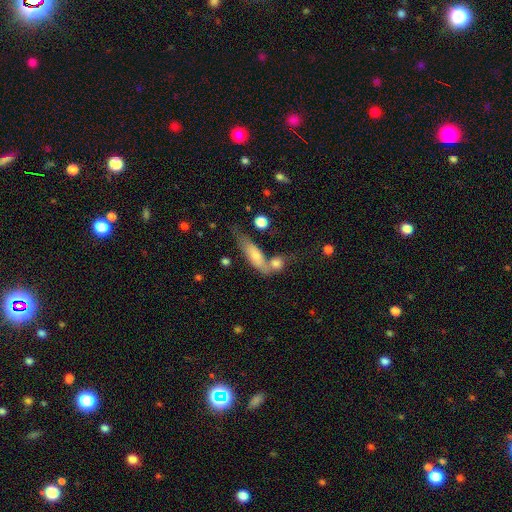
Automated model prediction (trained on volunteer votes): Overall: smooth (69%). How rounded: in between (50%; cigar-shaped 46%). Merging: merger (39%; none 34%).